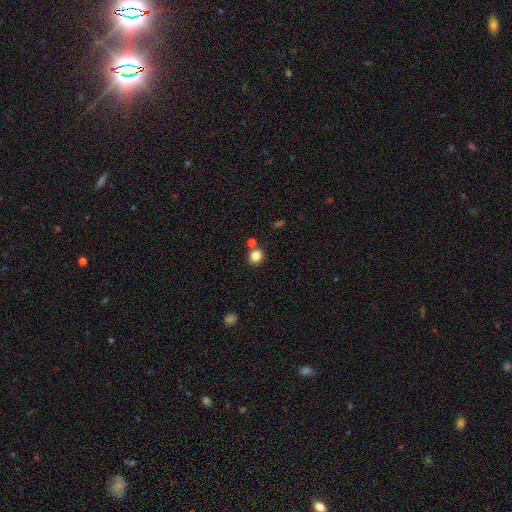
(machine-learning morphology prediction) A smooth galaxy with no disk features (84%) that is round (77%).

Vote fractions:
- Smooth or featured? smooth: 84% / star or artifact: 11% / featured or disk: 5%
- How rounded? round: 77% / in between: 22% / cigar-shaped: 1%
- Merging? none: 73% / merger: 15% / minor disturbance: 9% / major disturbance: 3%